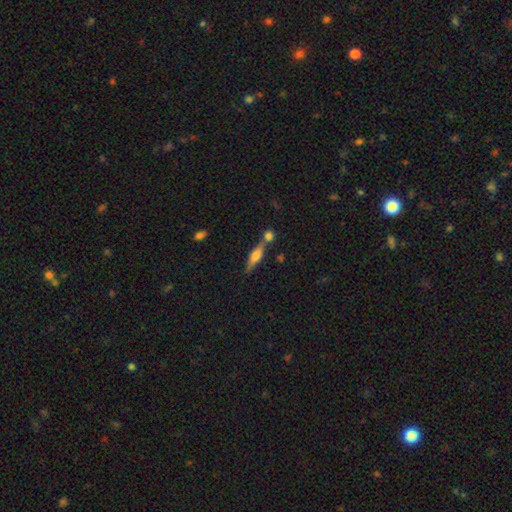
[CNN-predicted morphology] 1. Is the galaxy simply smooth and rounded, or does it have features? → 56% featured or disk, 36% smooth, 8% star or artifact.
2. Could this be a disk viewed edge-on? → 94% yes, 6% no.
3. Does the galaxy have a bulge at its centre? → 80% rounded, 15% boxy, 5% none.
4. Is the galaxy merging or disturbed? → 66% none, 20% merger, 11% minor disturbance, 3% major disturbance.